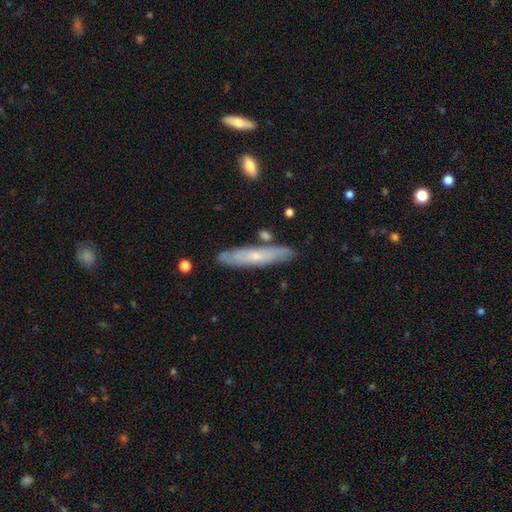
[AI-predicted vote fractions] The model was most divided on "smooth or featured": featured or disk: 48%, smooth: 45%, star or artifact: 6%. More confident: merging — none (82%).